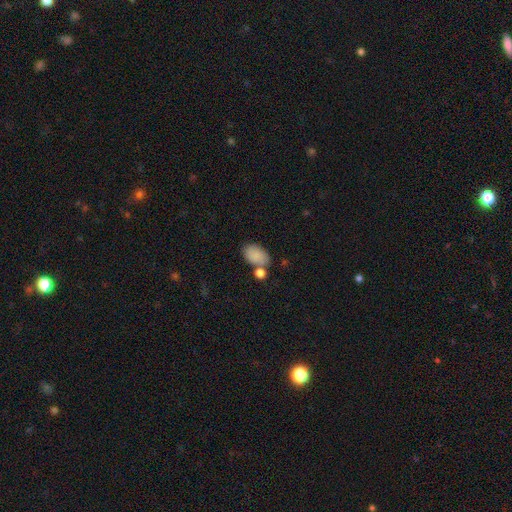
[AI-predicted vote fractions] The model was most divided on "merging": none: 60%, merger: 20%, minor disturbance: 15%, major disturbance: 5%. More confident: how rounded — in between (89%); smooth or featured — smooth (86%).